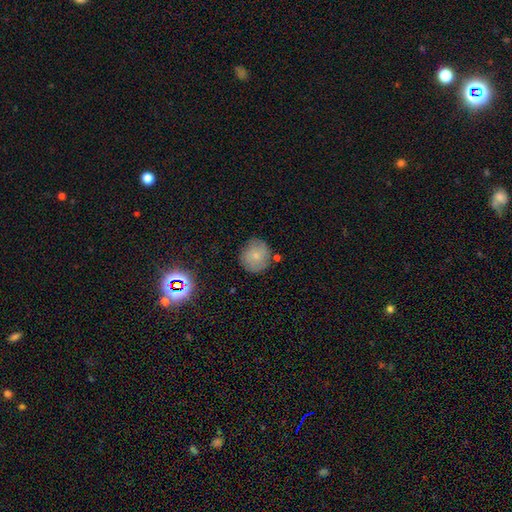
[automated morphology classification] smooth-or-featured: smooth: 77% | featured or disk: 14% | star or artifact: 9%
  how-rounded: round: 90% | in between: 9% | cigar-shaped: 1%
  merging: none: 77% | minor disturbance: 15% | merger: 4% | major disturbance: 3%